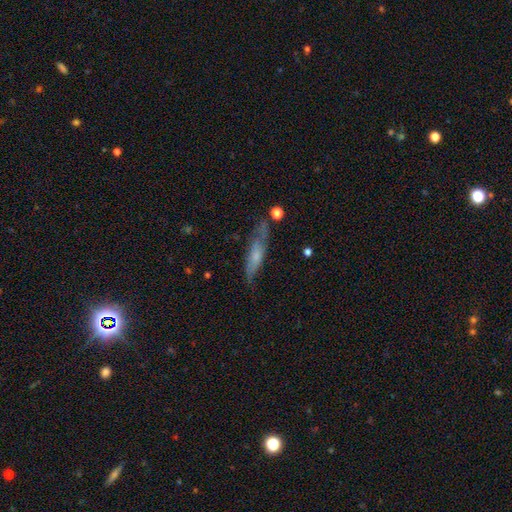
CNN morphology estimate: type=smooth (50%); roundness=cigar-shaped (69%); merging=none (58%).